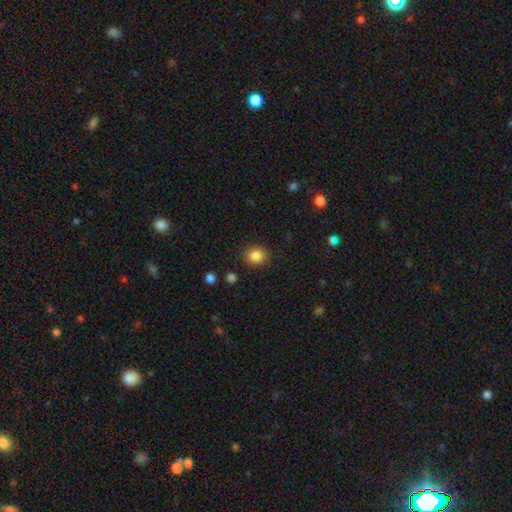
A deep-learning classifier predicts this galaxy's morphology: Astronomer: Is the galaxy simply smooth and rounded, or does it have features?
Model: smooth — 85%.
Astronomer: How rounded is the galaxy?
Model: round — 81%.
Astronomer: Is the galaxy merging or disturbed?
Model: none — 88%.